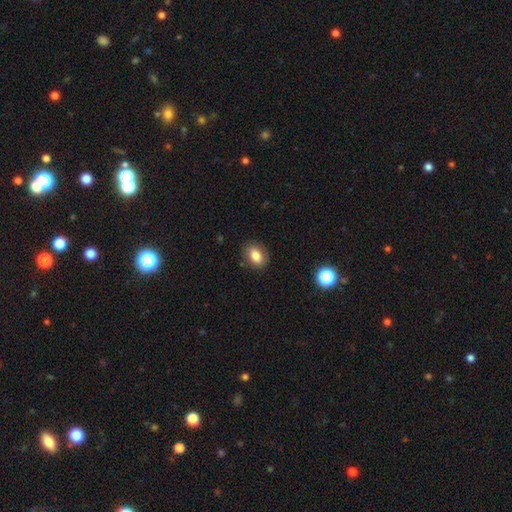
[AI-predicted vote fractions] The model was most divided on "how rounded": in between: 76%, round: 23%, cigar-shaped: 1%. More confident: merging — none (86%); smooth or featured — smooth (83%).